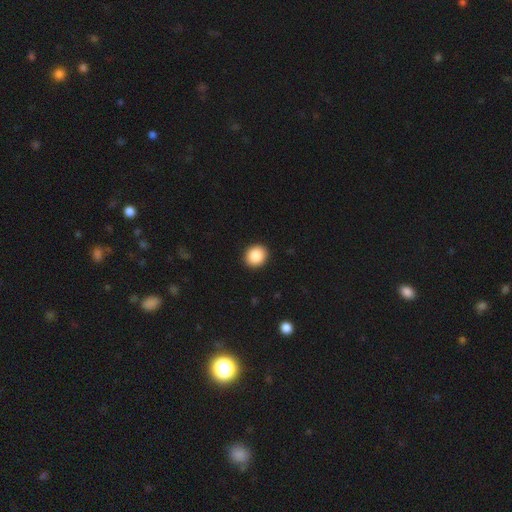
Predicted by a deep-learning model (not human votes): Smooth or featured? Predicted: smooth (p=0.88). How rounded? Predicted: round (p=0.75). Merging? Predicted: none (p=0.92).